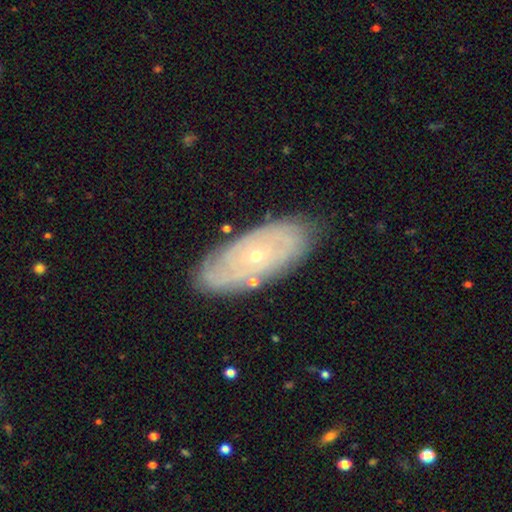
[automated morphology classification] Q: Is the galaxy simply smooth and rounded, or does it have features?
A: featured or disk — 76%.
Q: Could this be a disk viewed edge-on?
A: no — 90%.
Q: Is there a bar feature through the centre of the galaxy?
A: no — 80%.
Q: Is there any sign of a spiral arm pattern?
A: yes — 85%.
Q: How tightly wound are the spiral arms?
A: tight — 77%.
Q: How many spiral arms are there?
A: can't tell — 52%.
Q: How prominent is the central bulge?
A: small — 77%.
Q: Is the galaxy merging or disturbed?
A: none — 83%.